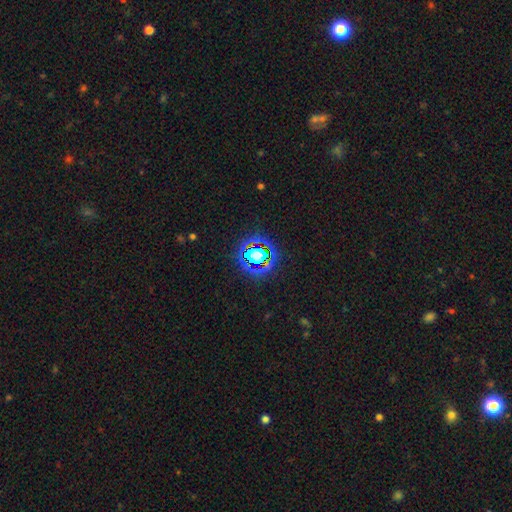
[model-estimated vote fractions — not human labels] Q: Smooth or featured?
A: star or artifact (63%); runner-up: smooth (25%)